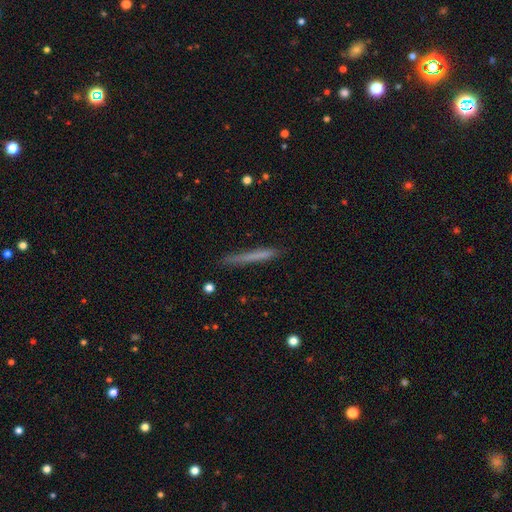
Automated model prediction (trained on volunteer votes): This is likely a smooth galaxy (65%). How rounded: clearly cigar-shaped (97%). Merging: clearly none (84%).